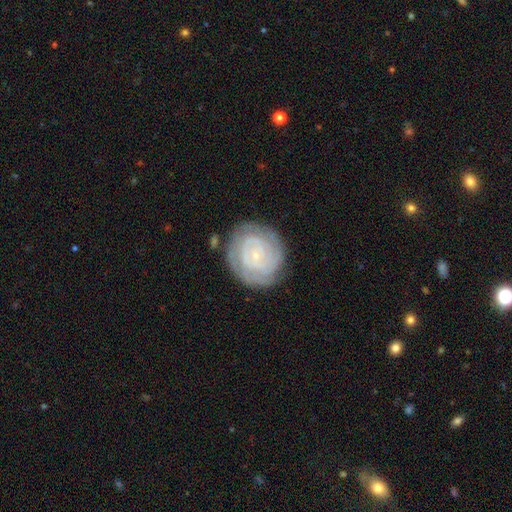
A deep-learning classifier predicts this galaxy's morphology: The model was most divided on "spiral arm count": can't tell: 38%, 2: 21%, 3: 18%, 4: 11%, more than 4: 6%, 1: 6%. More confident: edge-on disk — no (98%); spiral arms — yes (93%); bulge size — small (86%); spiral winding — tight (81%); merging — none (79%); smooth or featured — featured or disk (76%); bar — no (74%).